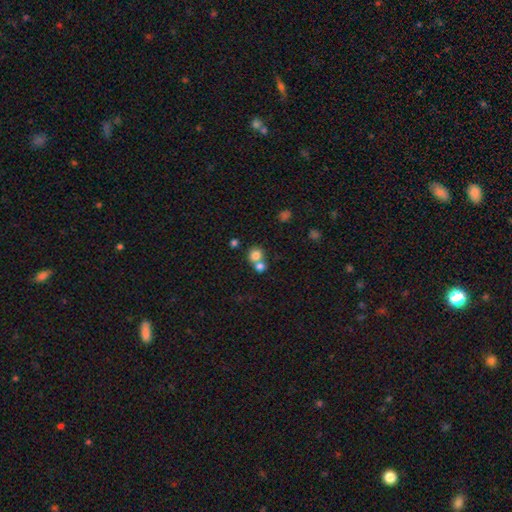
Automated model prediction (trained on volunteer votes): smooth_or_featured: smooth (p=0.79) [alt: star or artifact p=0.11]
how_rounded: round (p=0.81) [alt: in between p=0.18]
merging: merger (p=0.49) [alt: none p=0.42]